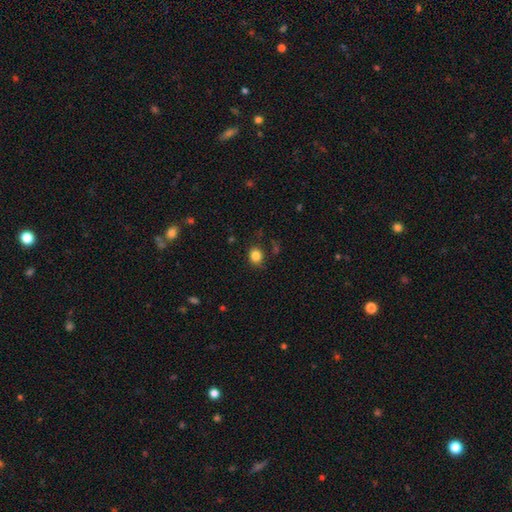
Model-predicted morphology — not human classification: This is clearly a smooth galaxy (84%). How rounded: likely round (65%). Merging: clearly none (81%).